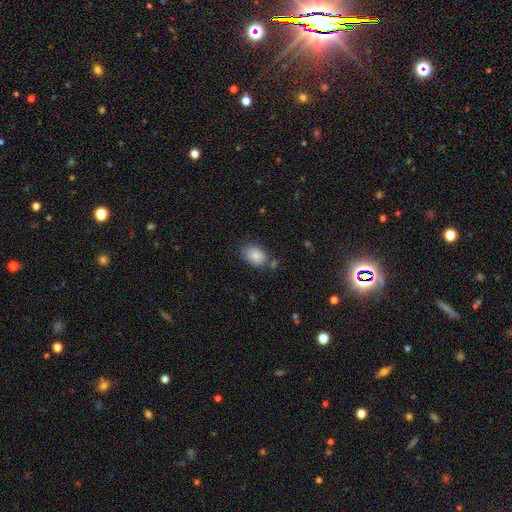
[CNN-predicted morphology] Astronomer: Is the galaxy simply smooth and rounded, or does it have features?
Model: smooth — 86%.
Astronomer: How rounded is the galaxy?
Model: in between — 79%.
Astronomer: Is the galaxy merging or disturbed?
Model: none — 67%.